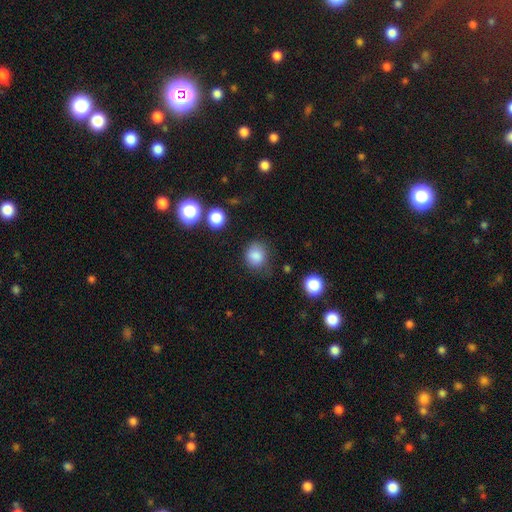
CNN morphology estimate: Smooth or featured? Predicted: smooth (p=0.84). How rounded? Predicted: round (p=0.72). Merging? Predicted: none (p=0.66).